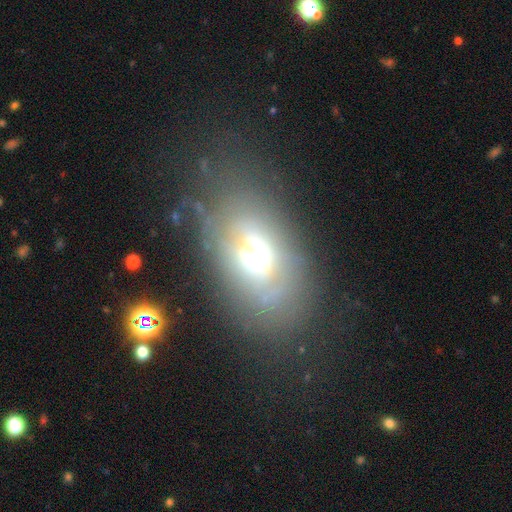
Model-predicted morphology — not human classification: This appears to be a smooth galaxy with no disk features (44%). Merging: none (66%).